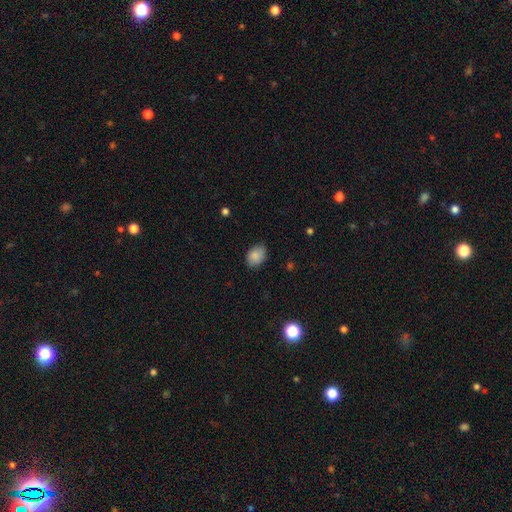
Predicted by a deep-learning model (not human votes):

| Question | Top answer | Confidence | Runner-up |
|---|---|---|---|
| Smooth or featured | smooth | 86% | star or artifact (8%) |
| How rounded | in between | 68% | round (31%) |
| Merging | none | 78% | minor disturbance (18%) |